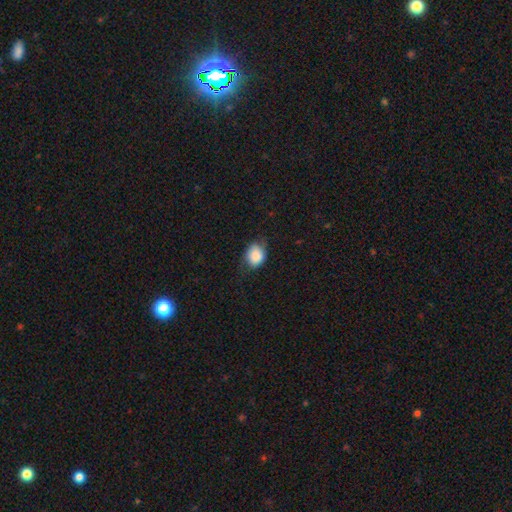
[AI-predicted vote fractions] Smooth or featured? smooth (85%)
How rounded? in between (52%)
Merging? none (63%)